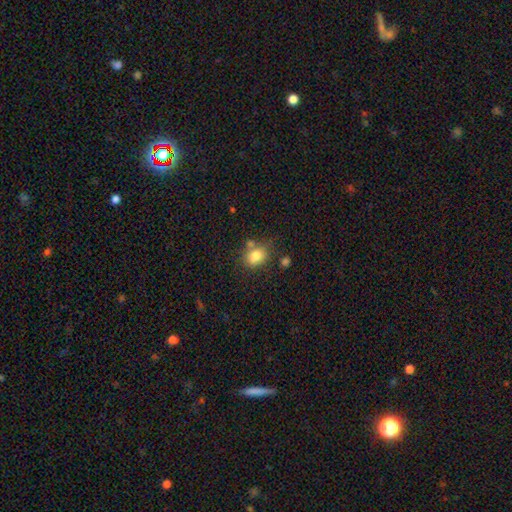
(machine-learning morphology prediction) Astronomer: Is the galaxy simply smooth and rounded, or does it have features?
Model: smooth — 80%.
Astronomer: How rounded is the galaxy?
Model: in between — 56% (runner-up: round, 43%).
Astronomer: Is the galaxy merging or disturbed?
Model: none — 59%.